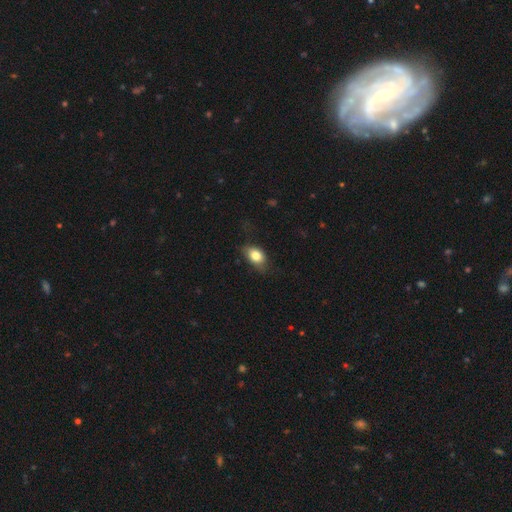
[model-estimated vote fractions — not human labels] Morphology: type=smooth (80%); roundness=in between (80%); merging=none (64%).